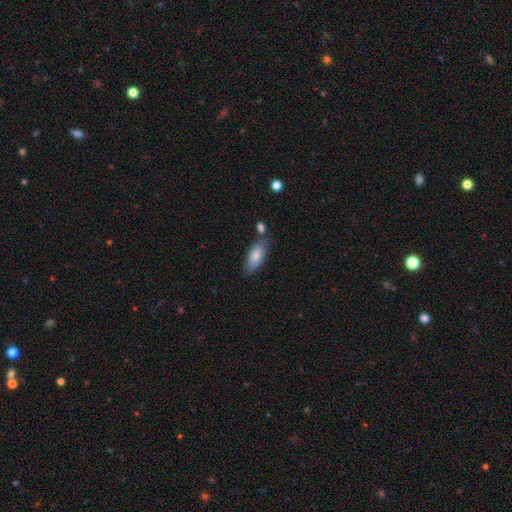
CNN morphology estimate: Q: Smooth or featured?
A: smooth (79%); runner-up: featured or disk (14%)
Q: How rounded?
A: in between (84%); runner-up: cigar-shaped (14%)
Q: Merging?
A: none (67%); runner-up: minor disturbance (18%)